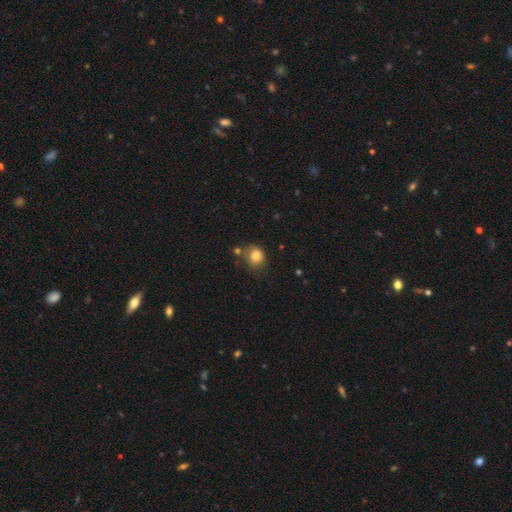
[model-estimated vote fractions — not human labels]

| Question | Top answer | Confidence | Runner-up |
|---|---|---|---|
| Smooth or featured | smooth | 82% | star or artifact (10%) |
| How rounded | round | 72% | in between (27%) |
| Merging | none | 61% | minor disturbance (21%) |